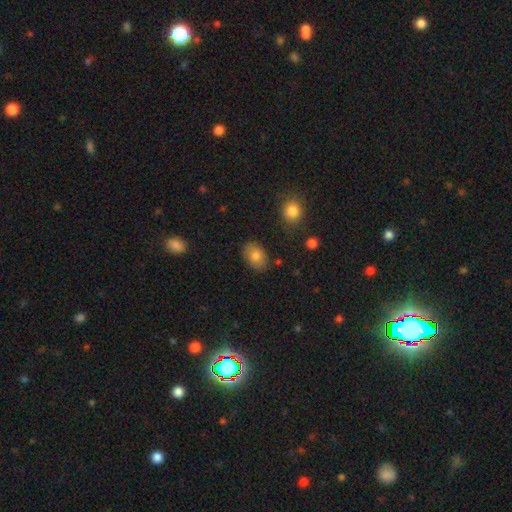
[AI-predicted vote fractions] Overall: smooth (80%). How rounded: in between (81%). Merging: none (84%).